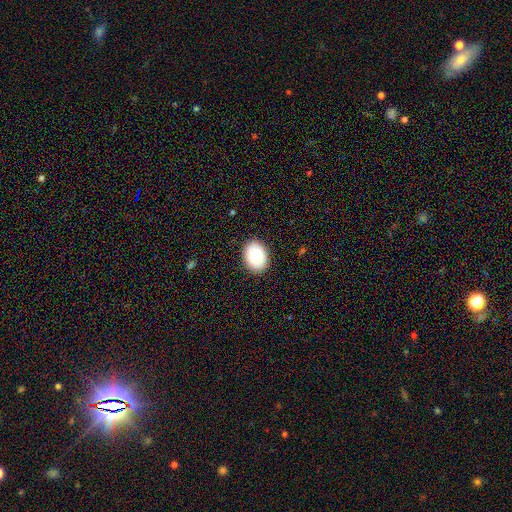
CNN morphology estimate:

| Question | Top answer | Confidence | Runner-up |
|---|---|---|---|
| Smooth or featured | smooth | 80% | featured or disk (13%) |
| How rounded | in between | 73% | round (26%) |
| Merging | none | 89% | minor disturbance (8%) |